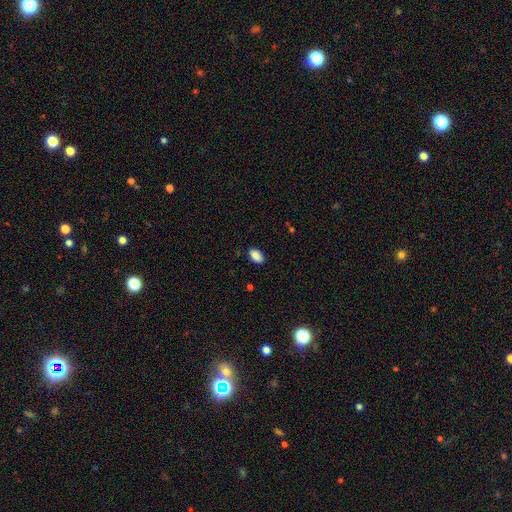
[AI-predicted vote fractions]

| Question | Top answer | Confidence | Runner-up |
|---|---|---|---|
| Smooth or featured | smooth | 89% | star or artifact (8%) |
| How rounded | in between | 93% | round (6%) |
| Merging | none | 86% | minor disturbance (11%) |